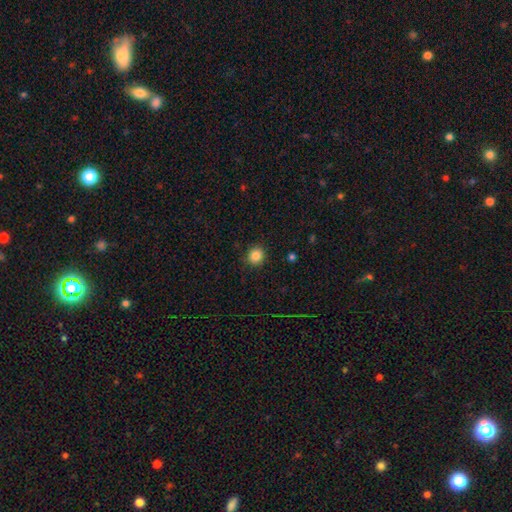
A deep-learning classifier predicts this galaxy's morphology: type=smooth (85%); roundness=round (91%); merging=none (90%).